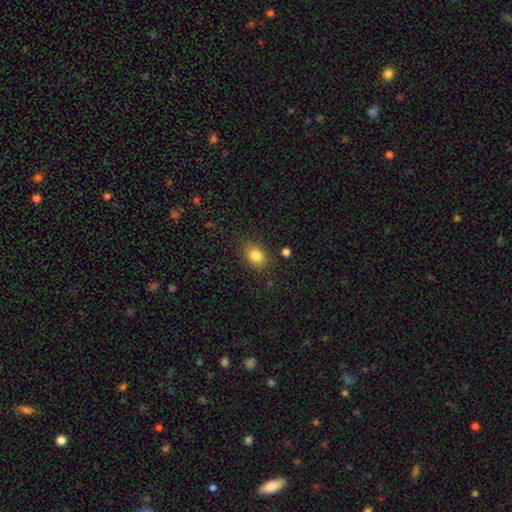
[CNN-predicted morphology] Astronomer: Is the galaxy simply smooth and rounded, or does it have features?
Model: smooth — 83%.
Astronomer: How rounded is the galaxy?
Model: in between — 67%.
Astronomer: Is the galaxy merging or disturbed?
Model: none — 83%.